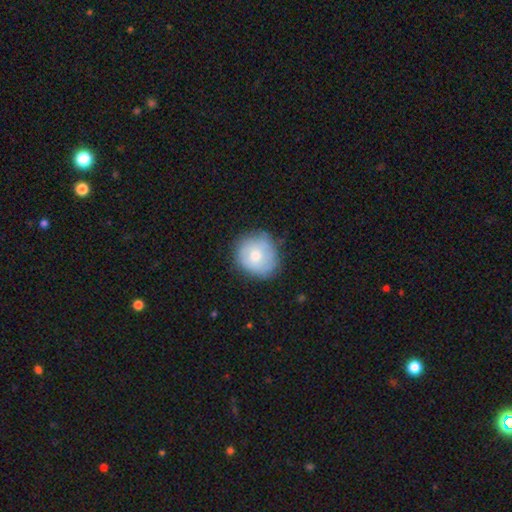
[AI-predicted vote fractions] Morphology: type=smooth (60%); roundness=round (85%); merging=none (73%).